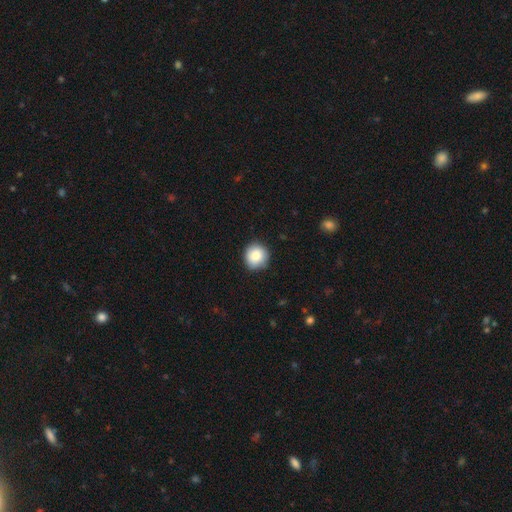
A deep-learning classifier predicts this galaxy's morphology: Smooth or featured? Predicted: smooth (p=0.84). How rounded? Predicted: round (p=0.91). Merging? Predicted: none (p=0.86).